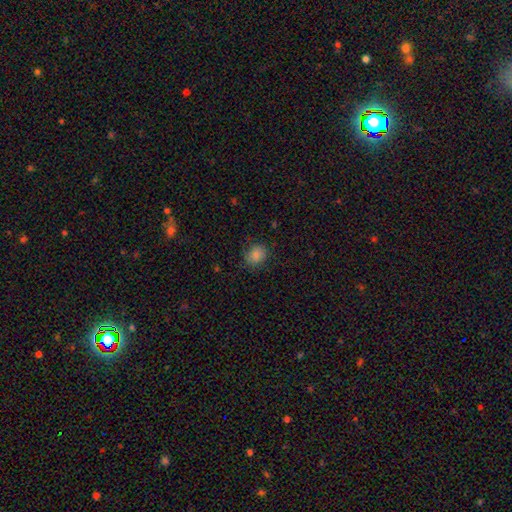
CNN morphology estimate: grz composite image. It shows a smooth galaxy with no disk features (83%) that is round (67%). Merging: none (80%).